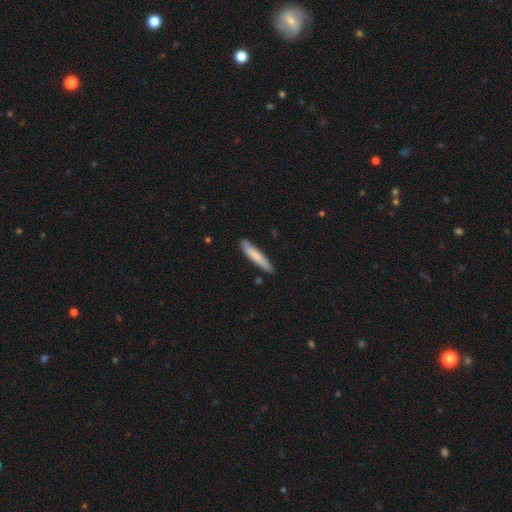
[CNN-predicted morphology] Overall: smooth (74%). How rounded: cigar-shaped (91%). Merging: none (83%).